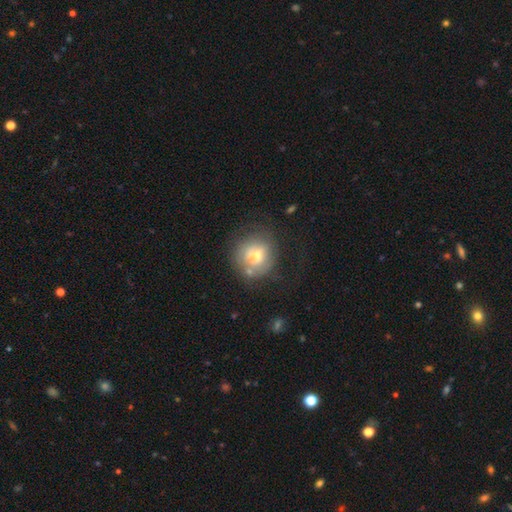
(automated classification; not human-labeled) This appears to be a smooth galaxy with no disk features (63%) that is round (88%). Merging: none (61%).